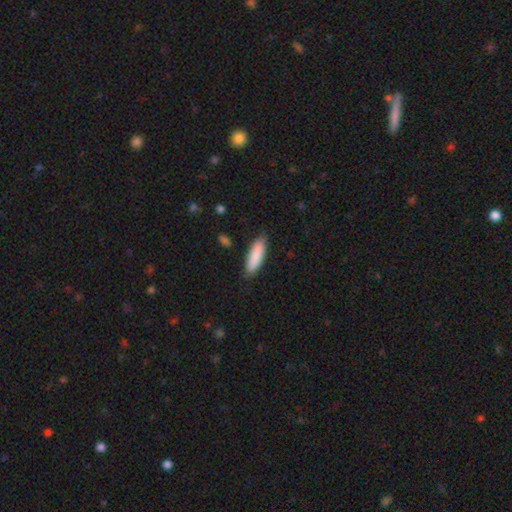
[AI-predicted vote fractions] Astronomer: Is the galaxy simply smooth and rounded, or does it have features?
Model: smooth — 87%.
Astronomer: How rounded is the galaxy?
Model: cigar-shaped — 52% (runner-up: in between, 46%).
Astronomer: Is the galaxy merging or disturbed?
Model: none — 85%.